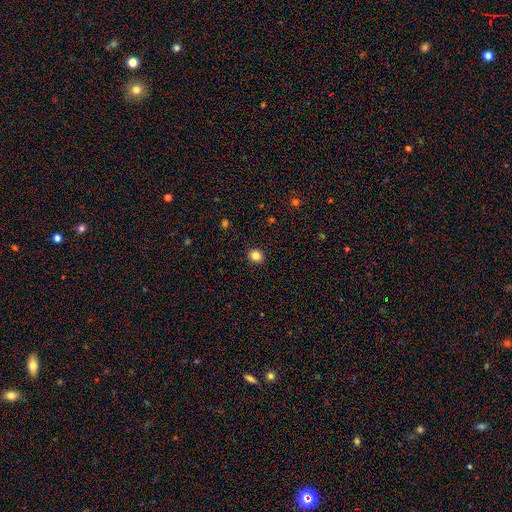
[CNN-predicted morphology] Overall: smooth (84%). How rounded: round (83%). Merging: none (92%).